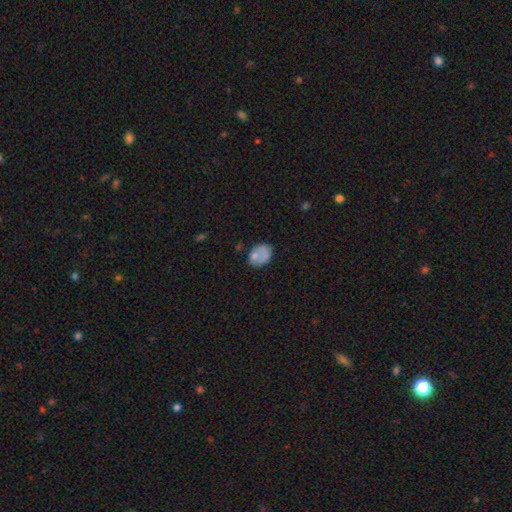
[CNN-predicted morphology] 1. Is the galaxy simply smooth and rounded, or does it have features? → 69% smooth, 21% featured or disk, 9% star or artifact.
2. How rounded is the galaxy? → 64% in between, 35% round, 1% cigar-shaped.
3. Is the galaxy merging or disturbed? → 55% none, 25% minor disturbance, 12% major disturbance, 8% merger.